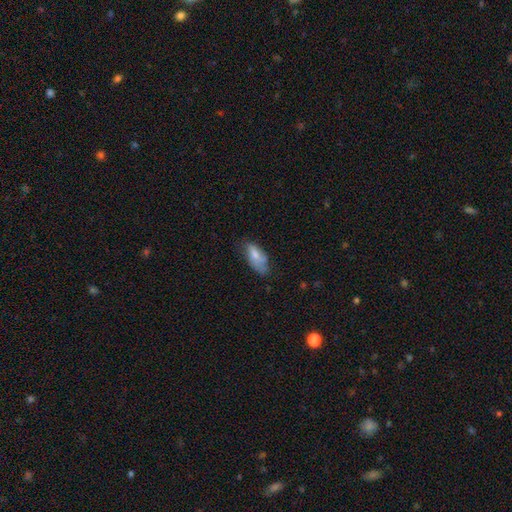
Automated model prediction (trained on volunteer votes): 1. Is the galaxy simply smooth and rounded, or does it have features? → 69% smooth, 24% featured or disk, 7% star or artifact.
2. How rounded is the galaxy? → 87% in between, 11% cigar-shaped, 3% round.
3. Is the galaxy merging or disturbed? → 43% none, 37% minor disturbance, 16% major disturbance, 5% merger.